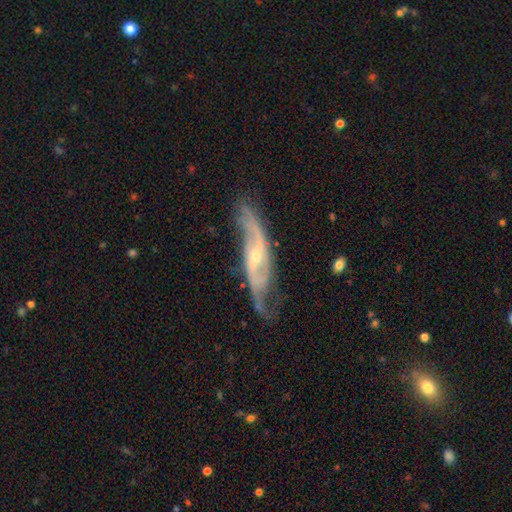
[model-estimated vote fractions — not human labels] smooth_or_featured: featured or disk (p=0.85) [alt: smooth p=0.09]
disk_edge_on: no (p=0.79) [alt: yes p=0.21]
bar: no (p=0.40) [tied with: weak p=0.40]
has_spiral_arms: yes (p=0.95) [alt: no p=0.05]
spiral_winding: loose (p=0.49) [alt: medium p=0.36]
spiral_arm_count: 2 (p=0.77) [alt: can't tell p=0.10]
bulge_size: small (p=0.68) [alt: moderate p=0.27]
merging: none (p=0.65) [alt: minor disturbance p=0.23]